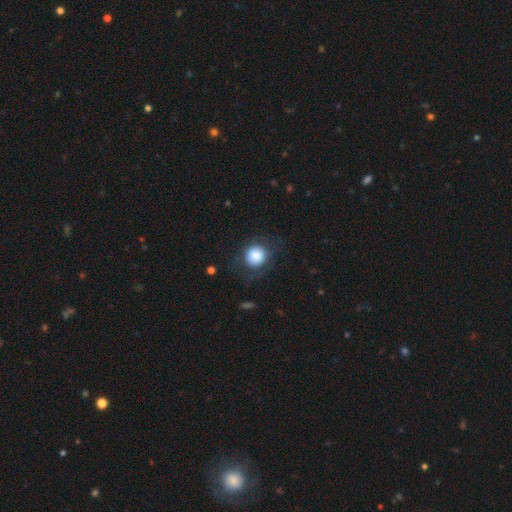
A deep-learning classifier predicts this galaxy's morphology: A smooth galaxy with no disk features (82%) that is round (88%). Merging: none (70%).